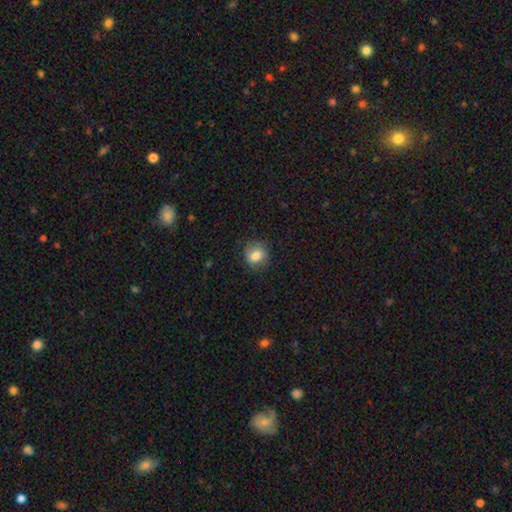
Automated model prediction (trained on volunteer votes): This is likely a smooth galaxy (74%). How rounded: likely round (74%). Merging: likely none (77%).